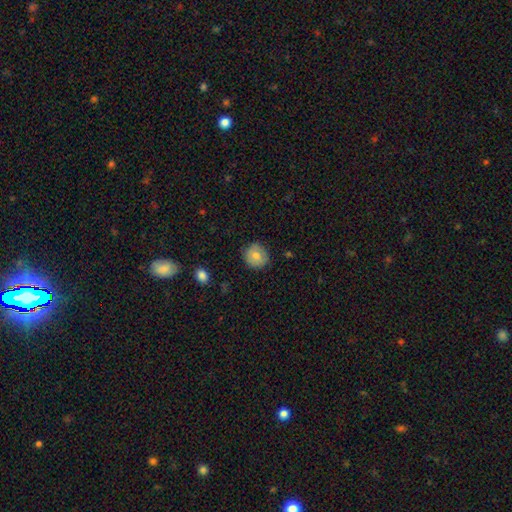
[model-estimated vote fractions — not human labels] A smooth galaxy with no disk features (76%) that is round (90%).

Vote fractions:
- Smooth or featured? smooth: 76% / featured or disk: 16% / star or artifact: 8%
- How rounded? round: 90% / in between: 10% / cigar-shaped: 1%
- Merging? none: 83% / minor disturbance: 13% / major disturbance: 2% / merger: 1%